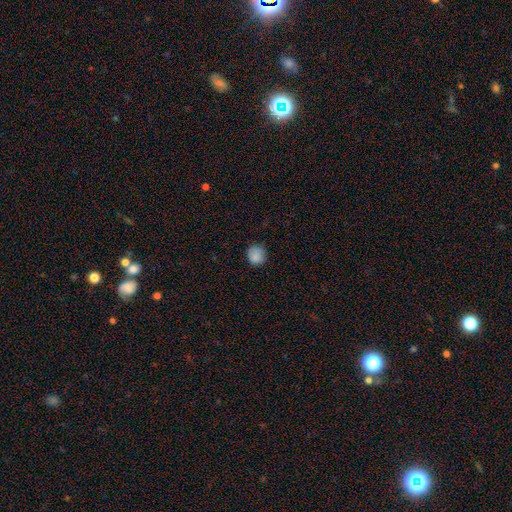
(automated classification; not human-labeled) Overall: smooth (86%). How rounded: round (86%). Merging: none (80%).